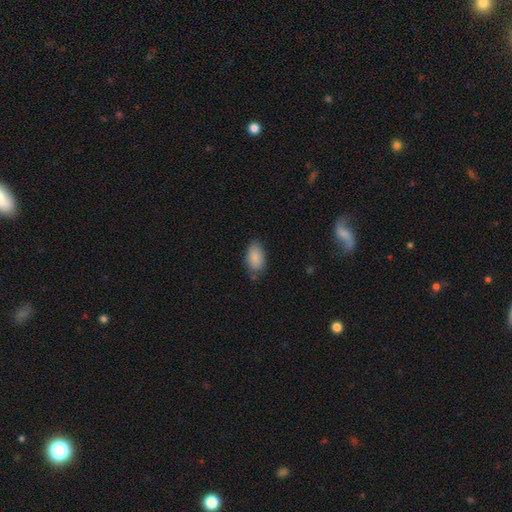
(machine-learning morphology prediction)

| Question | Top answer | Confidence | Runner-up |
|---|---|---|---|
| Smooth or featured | smooth | 87% | star or artifact (7%) |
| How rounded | in between | 93% | round (4%) |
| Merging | none | 74% | minor disturbance (20%) |